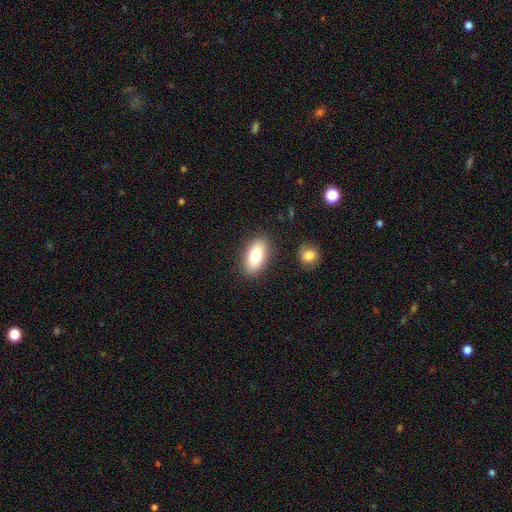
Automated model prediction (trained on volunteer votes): smooth-or-featured: smooth: 82% | featured or disk: 11% | star or artifact: 7%
  how-rounded: in between: 90% | cigar-shaped: 7% | round: 3%
  merging: none: 85% | minor disturbance: 10% | merger: 3% | major disturbance: 3%